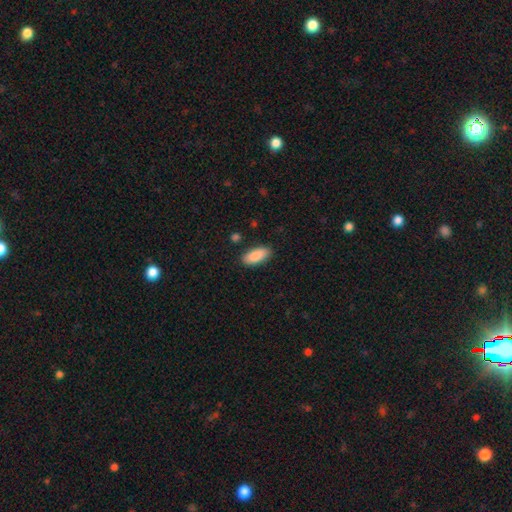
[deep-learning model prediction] This appears to be a smooth galaxy with no disk features (88%) that is in between round and cigar-shaped (86%). Merging: none (86%).